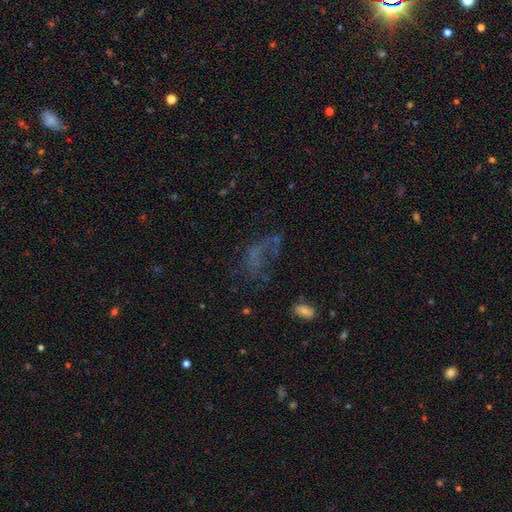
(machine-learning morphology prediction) Smooth or featured: featured or disk — 36% (smooth — 33%)
Merging: none — 39% (major disturbance — 38%)